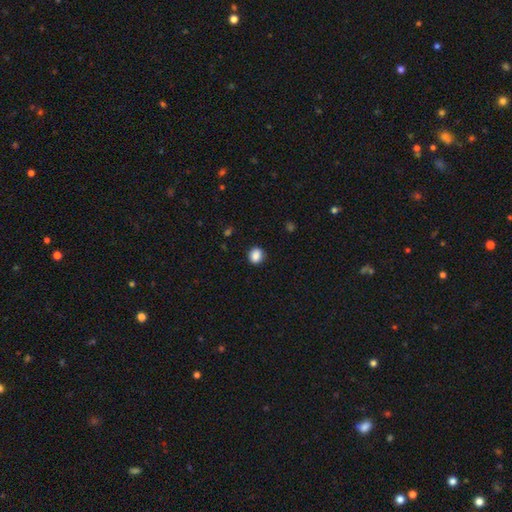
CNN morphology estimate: Smooth or featured?
  - smooth: 88% *
  - star or artifact: 9%
  - featured or disk: 3%
How rounded?
  - round: 78% *
  - in between: 21%
  - cigar-shaped: 1%
Merging?
  - none: 90% *
  - minor disturbance: 7%
  - major disturbance: 2%
  - merger: 1%